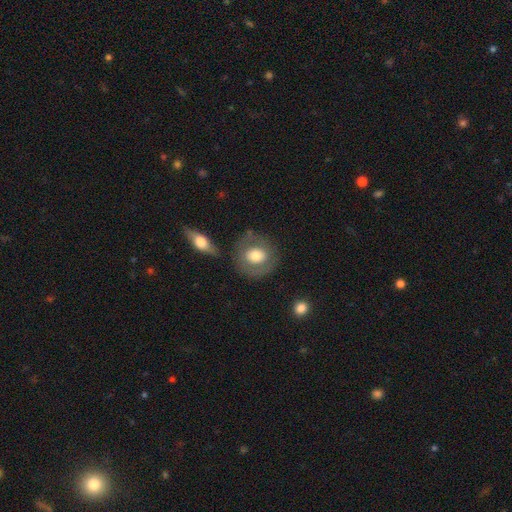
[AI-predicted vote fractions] Smooth or featured? Predicted: smooth (p=0.63). How rounded? Predicted: round (p=0.80). Merging? Predicted: none (p=0.75).